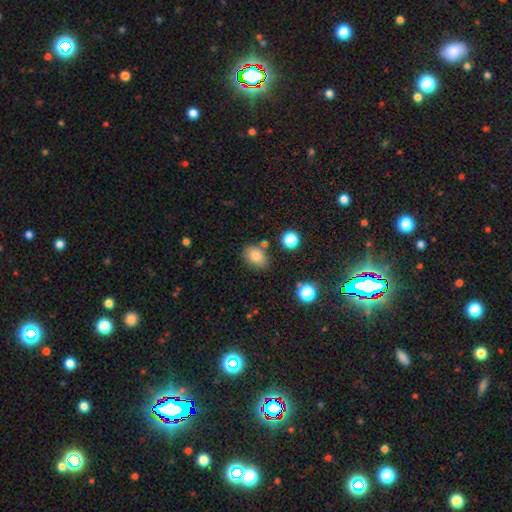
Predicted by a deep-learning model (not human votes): Smooth or featured: smooth — 81% (star or artifact — 11%)
How rounded: in between — 75% (round — 24%)
Merging: none — 75% (minor disturbance — 15%)